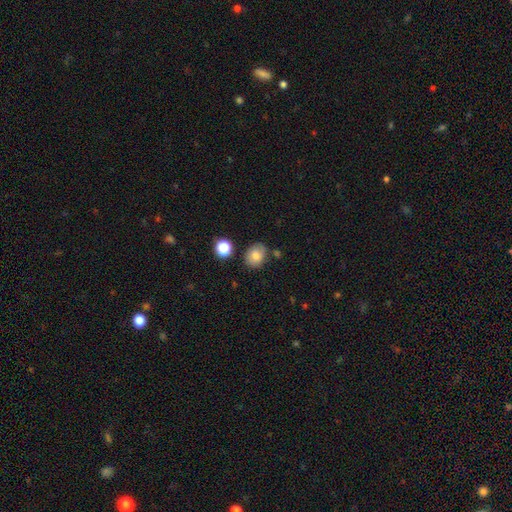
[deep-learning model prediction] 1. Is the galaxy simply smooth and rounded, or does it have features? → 76% smooth, 14% featured or disk, 10% star or artifact.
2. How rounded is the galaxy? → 52% in between, 47% round, 1% cigar-shaped.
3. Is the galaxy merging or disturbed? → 74% none, 17% minor disturbance, 6% merger, 4% major disturbance.